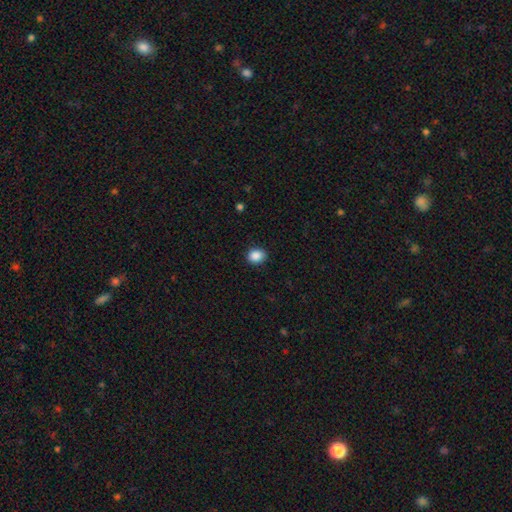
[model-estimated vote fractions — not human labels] The model was most divided on "how rounded": round: 58%, in between: 42%, cigar-shaped: 1%. More confident: merging — none (89%); smooth or featured — smooth (88%).